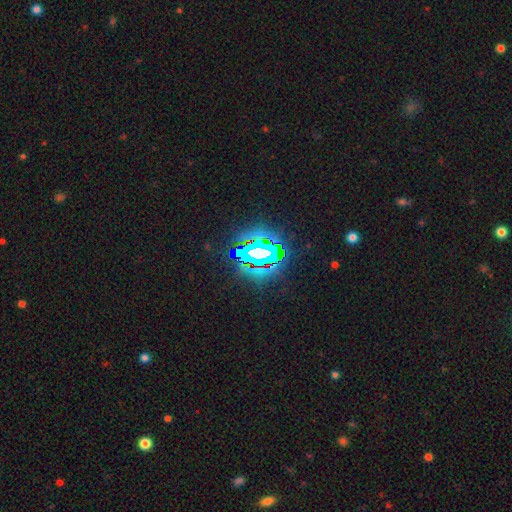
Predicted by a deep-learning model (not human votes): This is likely a star or artifact rather than a galaxy (65%).